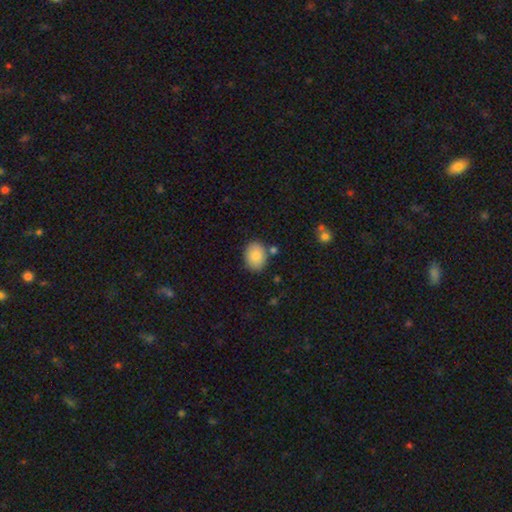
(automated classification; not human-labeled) Q: Smooth or featured?
A: smooth (85%); runner-up: star or artifact (8%)
Q: How rounded?
A: in between (56%); runner-up: round (43%)
Q: Merging?
A: none (80%); runner-up: minor disturbance (12%)